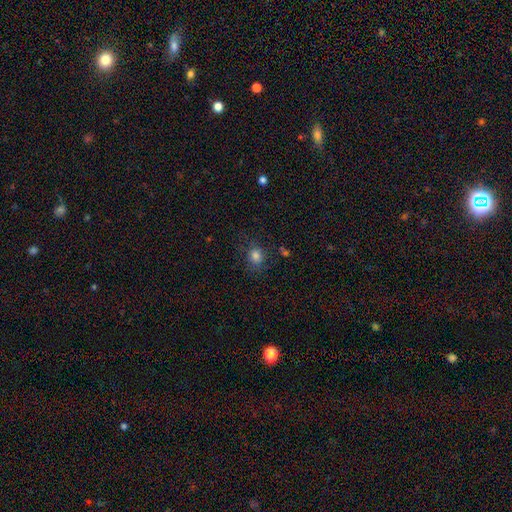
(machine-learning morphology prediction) Smooth or featured? Predicted: smooth (p=0.81). How rounded? Predicted: round (p=0.66). Merging? Predicted: none (p=0.79).